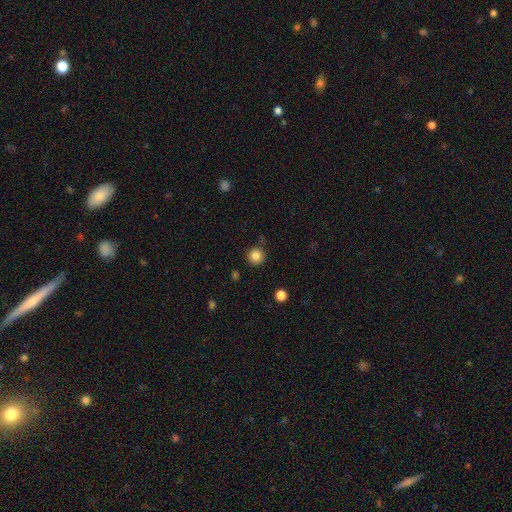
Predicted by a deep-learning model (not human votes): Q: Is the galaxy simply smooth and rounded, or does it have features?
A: smooth — 85%.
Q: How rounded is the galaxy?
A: round — 94%.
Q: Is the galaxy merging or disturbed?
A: none — 85%.